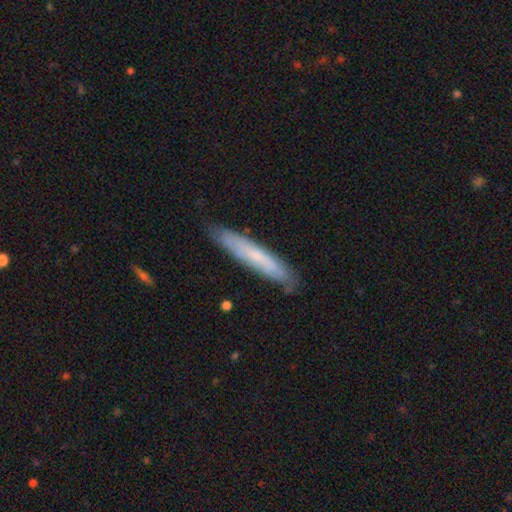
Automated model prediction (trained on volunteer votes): smooth-or-featured: smooth: 58% | featured or disk: 35% | star or artifact: 6%
  how-rounded: cigar-shaped: 91% | in between: 8% | round: 1%
  merging: none: 81% | minor disturbance: 15% | major disturbance: 3% | merger: 1%